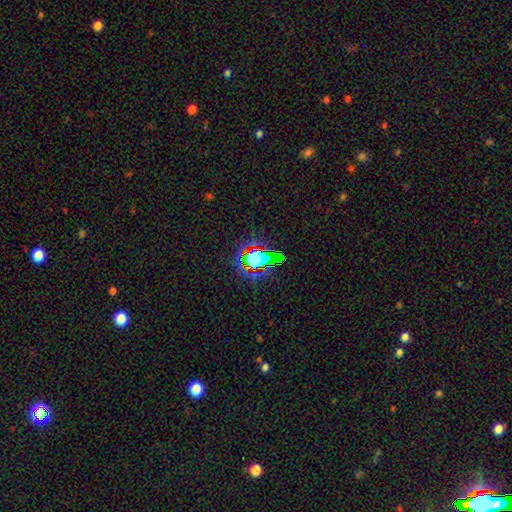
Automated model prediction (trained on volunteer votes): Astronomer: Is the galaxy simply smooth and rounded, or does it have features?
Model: star or artifact — 54% (runner-up: smooth, 31%).